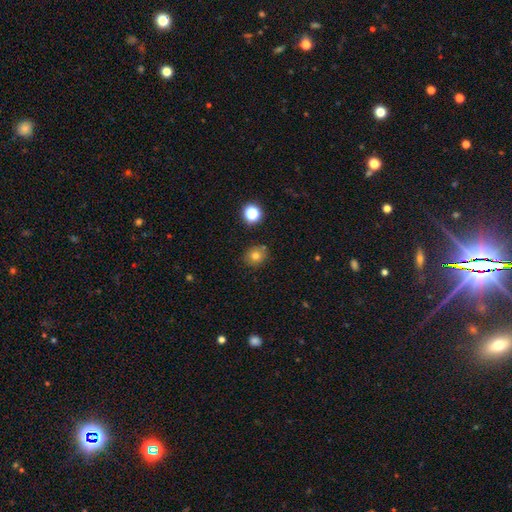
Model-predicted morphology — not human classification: smooth 74%, star or artifact 16%, featured or disk 10%. Down the decision tree: how rounded — round (79%); merging — none (80%).